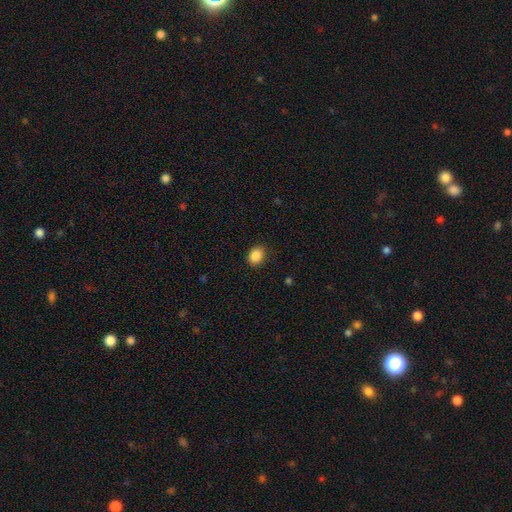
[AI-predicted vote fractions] This appears to be a smooth galaxy with no disk features (88%) that is in between round and cigar-shaped (50%). Merging: none (87%).